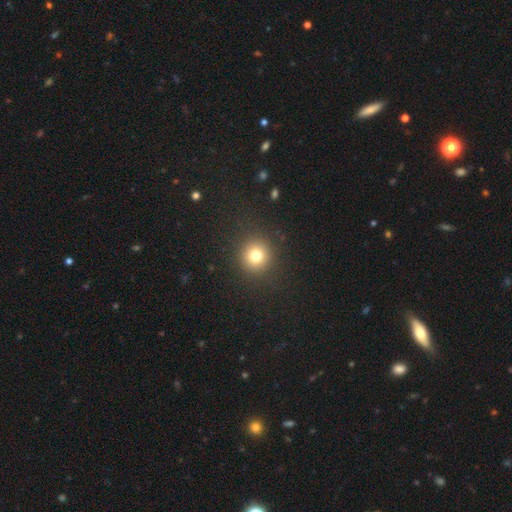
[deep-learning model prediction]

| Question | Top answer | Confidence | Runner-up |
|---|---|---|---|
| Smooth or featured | smooth | 77% | star or artifact (15%) |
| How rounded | round | 93% | in between (6%) |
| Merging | none | 90% | minor disturbance (5%) |